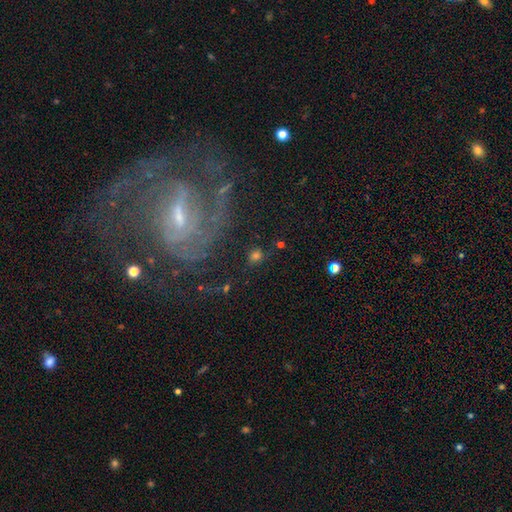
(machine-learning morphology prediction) The model was most divided on "smooth or featured": smooth: 47%, featured or disk: 32%, star or artifact: 21%. More confident: merging — none (76%).